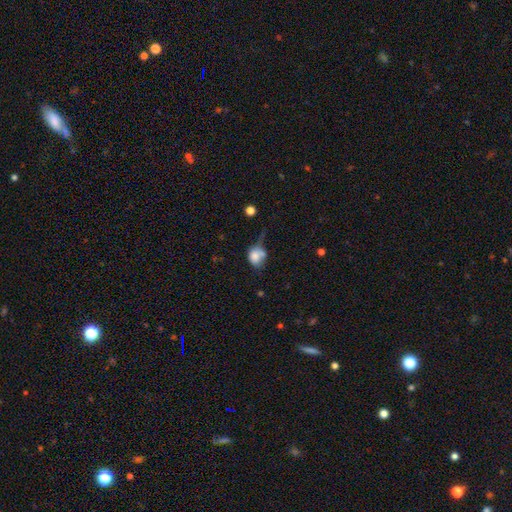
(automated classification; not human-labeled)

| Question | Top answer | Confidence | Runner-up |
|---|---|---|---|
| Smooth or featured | smooth | 75% | featured or disk (15%) |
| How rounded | round | 54% | in between (45%) |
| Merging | minor disturbance | 30% | none (28%) |